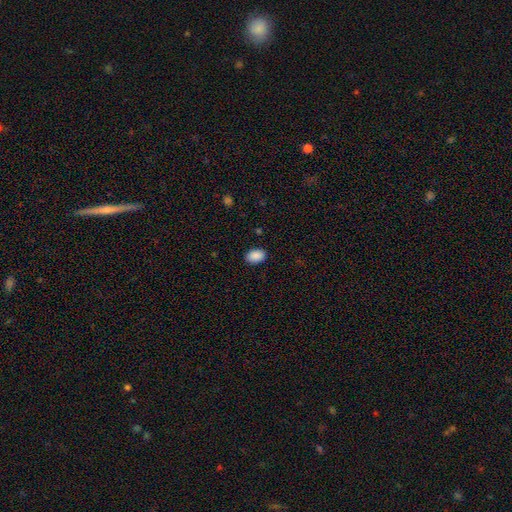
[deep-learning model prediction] Q: Smooth or featured?
A: smooth (90%); runner-up: star or artifact (7%)
Q: How rounded?
A: in between (86%); runner-up: round (13%)
Q: Merging?
A: none (89%); runner-up: minor disturbance (8%)